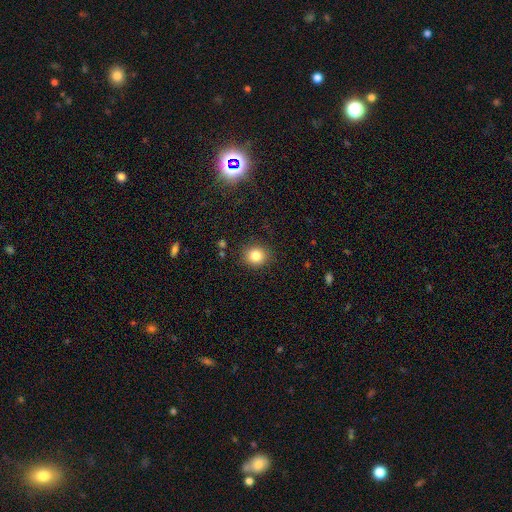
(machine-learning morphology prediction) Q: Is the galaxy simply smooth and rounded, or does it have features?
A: smooth — 82%.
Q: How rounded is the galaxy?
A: round — 83%.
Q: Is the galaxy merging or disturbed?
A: none — 89%.